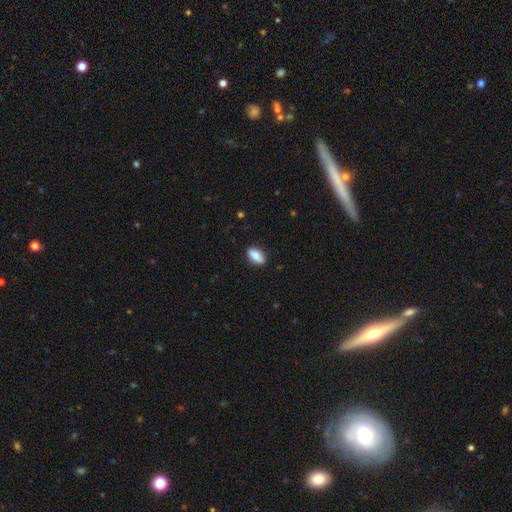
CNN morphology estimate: A smooth galaxy with no disk features (86%) that is in between round and cigar-shaped (89%). Merging: none (87%).